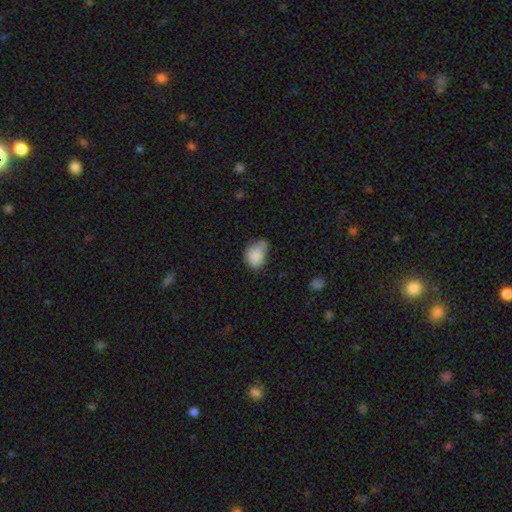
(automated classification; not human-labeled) The model was most divided on "merging": minor disturbance: 42%, none: 34%, major disturbance: 14%, merger: 9%. More confident: smooth or featured — smooth (83%); how rounded — in between (66%).